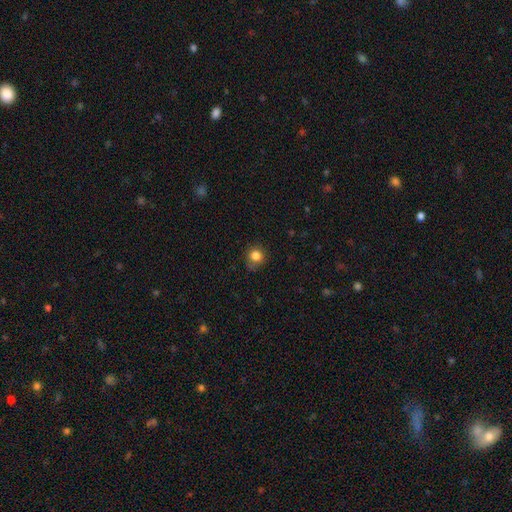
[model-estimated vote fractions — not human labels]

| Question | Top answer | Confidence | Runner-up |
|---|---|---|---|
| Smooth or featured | smooth | 83% | star or artifact (12%) |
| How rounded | round | 88% | in between (11%) |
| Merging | none | 77% | minor disturbance (17%) |